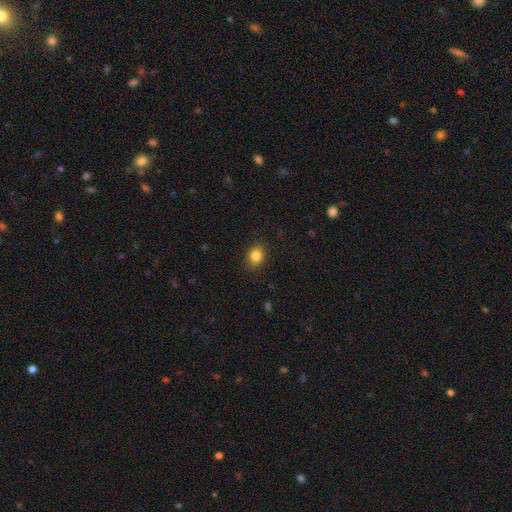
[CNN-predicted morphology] The model was most divided on "how rounded": in between: 53%, round: 46%, cigar-shaped: 1%. More confident: merging — none (87%); smooth or featured — smooth (84%).